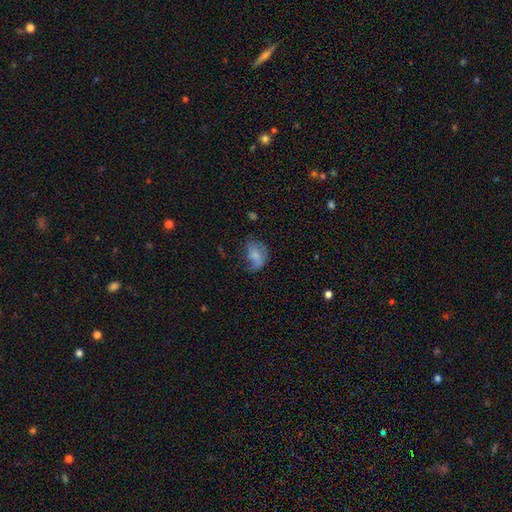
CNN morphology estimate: This appears to be a smooth galaxy with no disk features (62%) that is in between round and cigar-shaped (76%). Merging: none (38%).